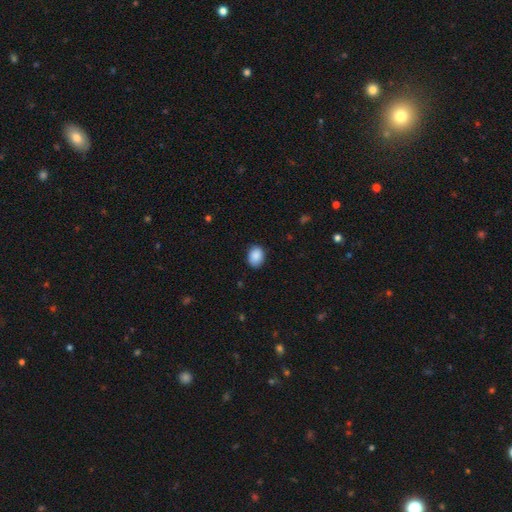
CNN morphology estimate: This is clearly a smooth galaxy (89%). How rounded: likely in between (64%). Merging: clearly none (84%).